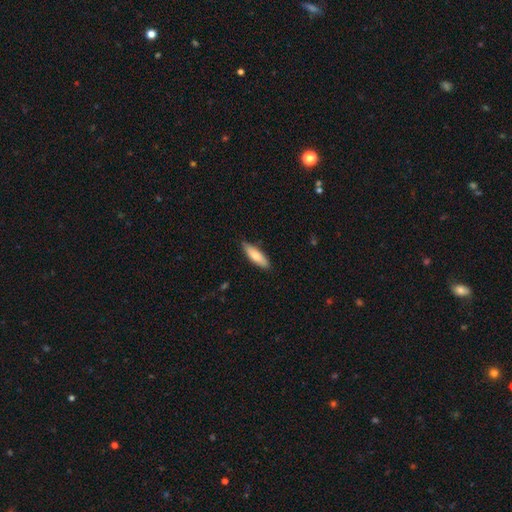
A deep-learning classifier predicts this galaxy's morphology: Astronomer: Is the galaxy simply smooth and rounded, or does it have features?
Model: smooth — 75%.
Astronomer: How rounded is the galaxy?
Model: cigar-shaped — 51% (runner-up: in between, 48%).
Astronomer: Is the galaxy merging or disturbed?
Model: none — 84%.